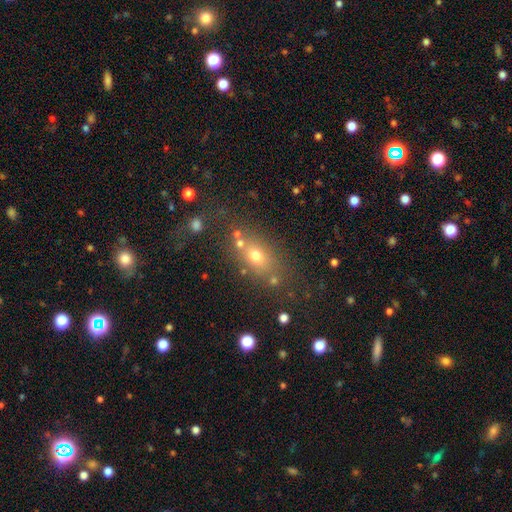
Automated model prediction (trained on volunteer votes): Smooth or featured?
  - smooth: 63% *
  - star or artifact: 20%
  - featured or disk: 17%
How rounded?
  - in between: 61% *
  - round: 33%
  - cigar-shaped: 6%
Merging?
  - none: 66% *
  - minor disturbance: 14%
  - merger: 13%
  - major disturbance: 7%